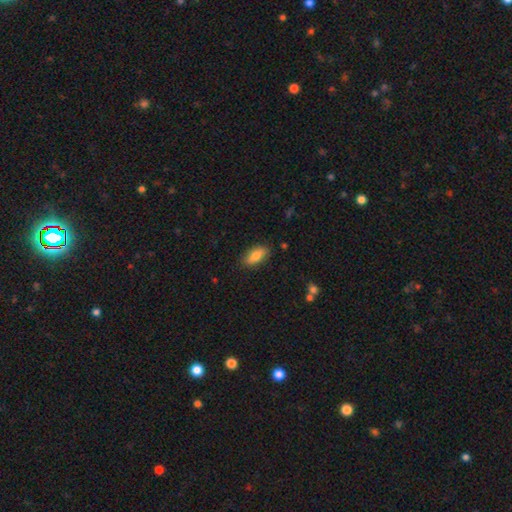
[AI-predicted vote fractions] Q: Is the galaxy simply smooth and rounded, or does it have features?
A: smooth — 77%.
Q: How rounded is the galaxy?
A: in between — 82%.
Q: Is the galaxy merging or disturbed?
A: none — 85%.